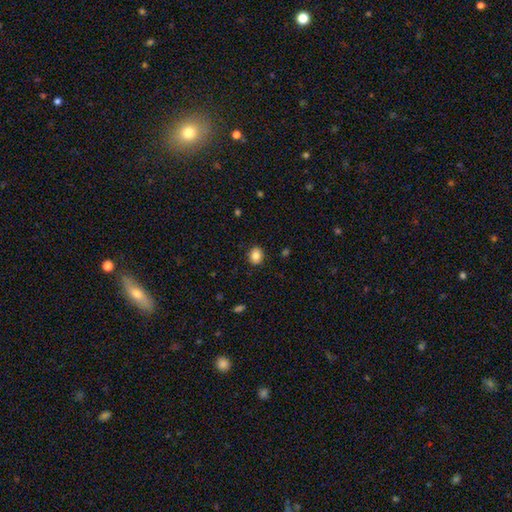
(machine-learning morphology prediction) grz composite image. It shows a smooth galaxy with no disk features (84%) that is round (60%). Merging: none (89%).